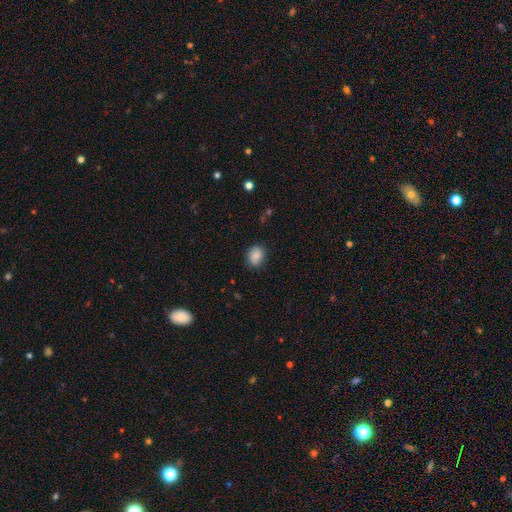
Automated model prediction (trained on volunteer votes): Morphology: type=smooth (85%); roundness=round (56%); merging=none (79%).